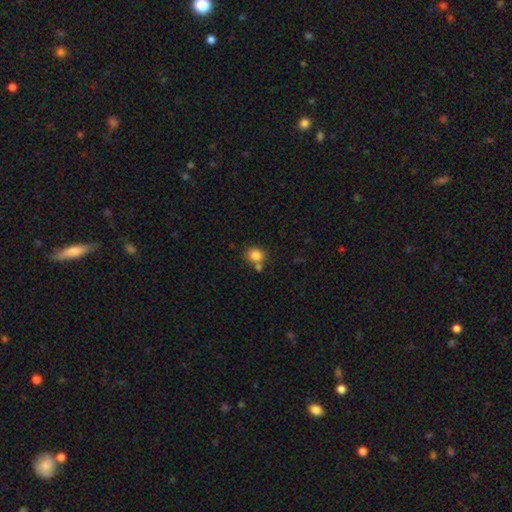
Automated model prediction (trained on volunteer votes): This is clearly a smooth galaxy (84%). How rounded: likely round (74%). Merging: likely none (63%).